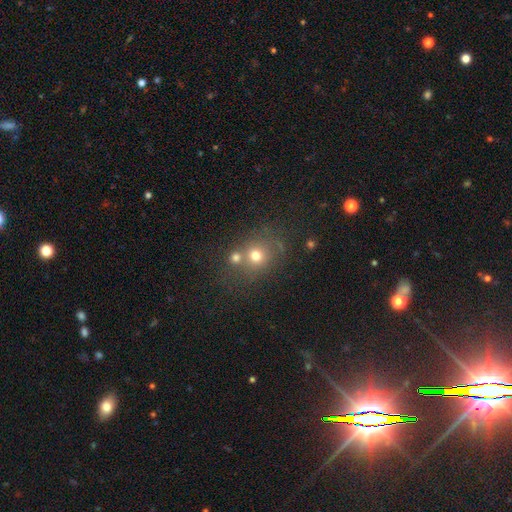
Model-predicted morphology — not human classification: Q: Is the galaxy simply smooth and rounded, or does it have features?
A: smooth — 69%.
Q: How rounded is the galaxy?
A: round — 79%.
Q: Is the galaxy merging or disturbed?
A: none — 53%.